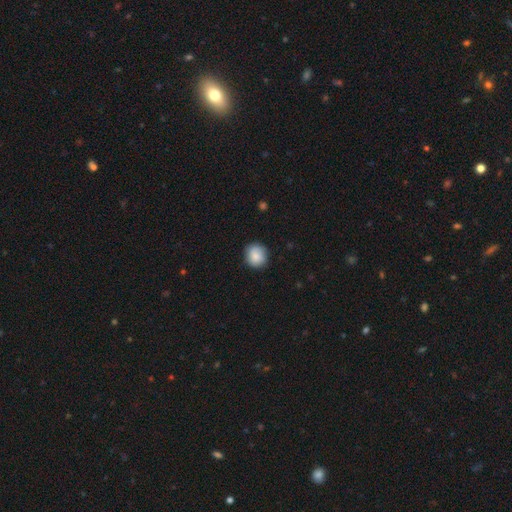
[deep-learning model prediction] smooth 83%, featured or disk 10%, star or artifact 7%. Down the decision tree: how rounded — round (87%); merging — none (84%).